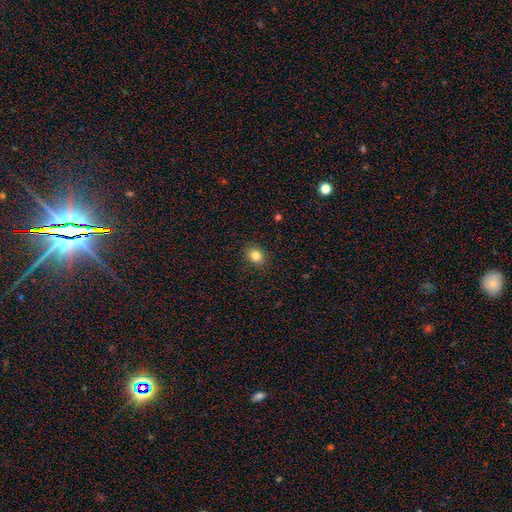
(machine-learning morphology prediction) smooth_or_featured: smooth (p=0.82) [alt: star or artifact p=0.11]
how_rounded: round (p=0.55) [alt: in between p=0.44]
merging: none (p=0.89) [alt: minor disturbance p=0.08]